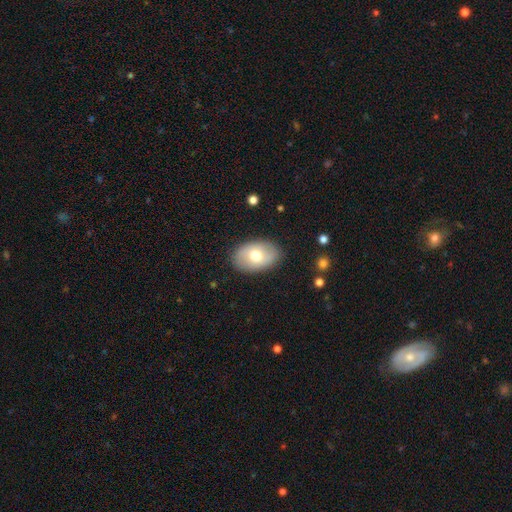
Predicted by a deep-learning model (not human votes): Q: Smooth or featured?
A: smooth (68%); runner-up: featured or disk (25%)
Q: How rounded?
A: in between (86%); runner-up: round (13%)
Q: Merging?
A: none (85%); runner-up: minor disturbance (11%)